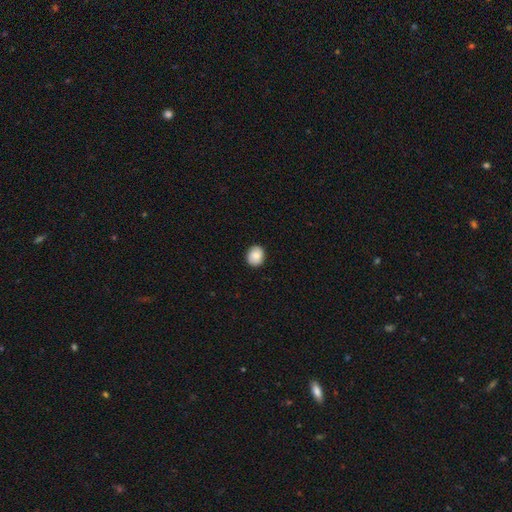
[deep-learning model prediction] smooth 84%, featured or disk 8%, star or artifact 8%. Down the decision tree: how rounded — round (67%); merging — none (89%).